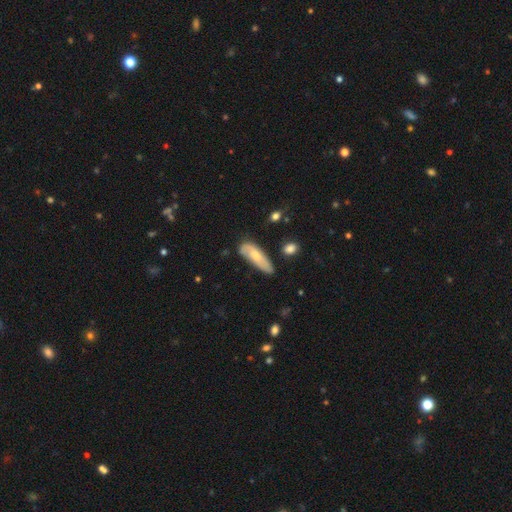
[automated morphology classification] This is possibly a smooth galaxy (59%). How rounded: possibly in between (57%). Merging: possibly none (55%).